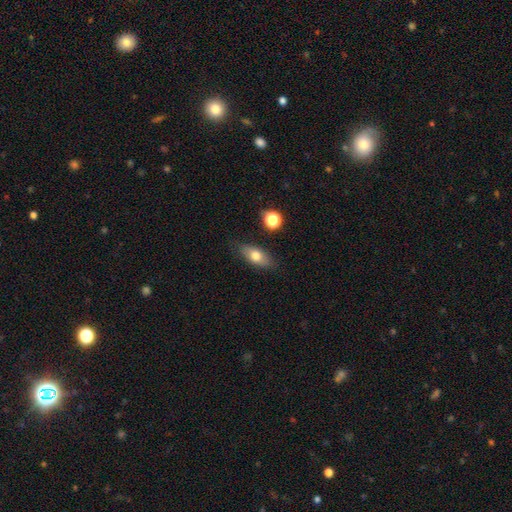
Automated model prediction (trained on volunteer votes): Q: Smooth or featured?
A: smooth (72%); runner-up: featured or disk (20%)
Q: How rounded?
A: in between (82%); runner-up: cigar-shaped (12%)
Q: Merging?
A: none (81%); runner-up: minor disturbance (14%)